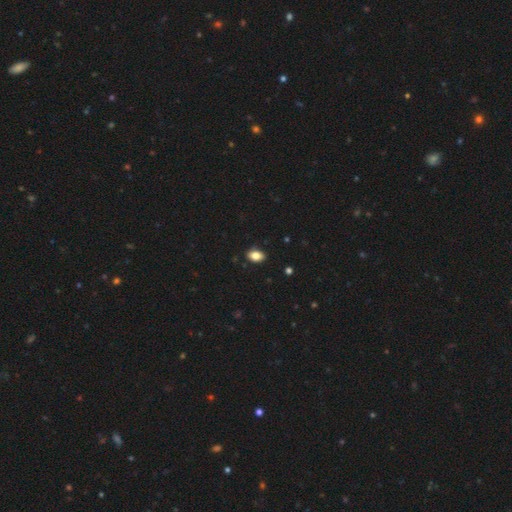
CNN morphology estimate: Smooth or featured? smooth (84%)
How rounded? in between (86%)
Merging? none (87%)